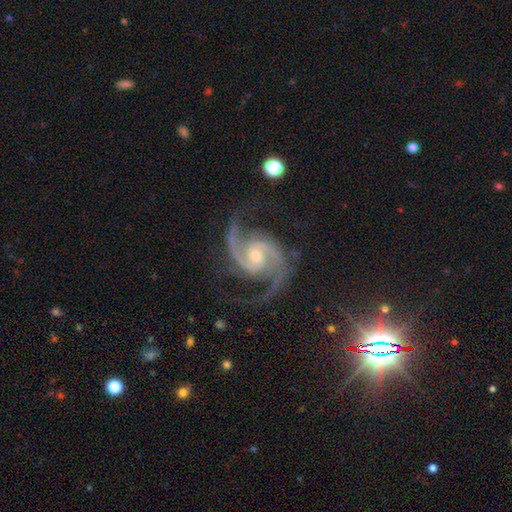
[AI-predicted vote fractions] Morphology: type=featured or disk (93%); edge-on=no (98%); bar=no (47%); spiral arms=yes (99%); winding=medium (65%); arm count=2 (90%); bulge=moderate (49%); merging=none (79%).